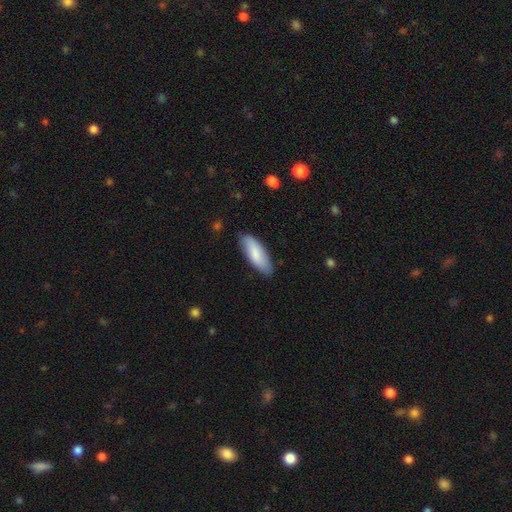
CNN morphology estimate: smooth-or-featured: smooth: 81% | featured or disk: 14% | star or artifact: 5%
  how-rounded: in between: 72% | cigar-shaped: 26% | round: 2%
  merging: none: 82% | minor disturbance: 14% | major disturbance: 2% | merger: 1%